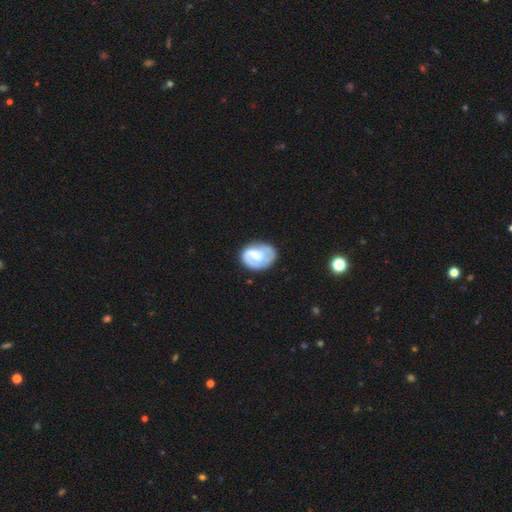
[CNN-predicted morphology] This appears to be a featured or disk galaxy (62%) with a weak bar (49%), 2 (47%) tight (48%) spiral arms (82%) and a moderate central bulge (41%). Merging: none (65%).